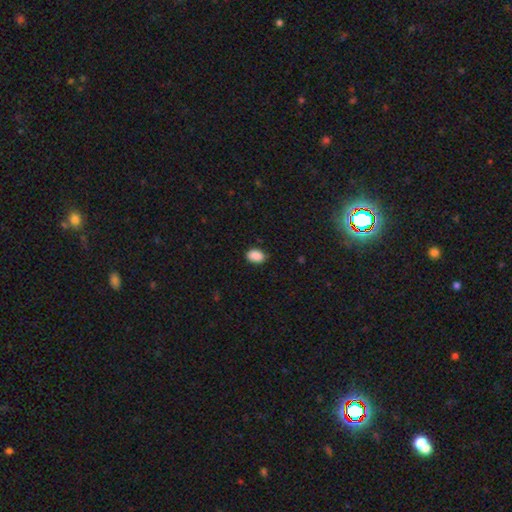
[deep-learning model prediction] smooth_or_featured: smooth (p=0.89) [alt: star or artifact p=0.08]
how_rounded: in between (p=0.81) [alt: round p=0.18]
merging: none (p=0.79) [alt: minor disturbance p=0.17]